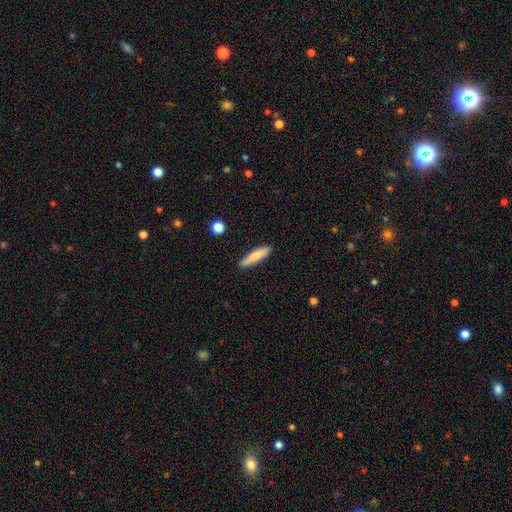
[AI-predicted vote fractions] smooth 77%, featured or disk 16%, star or artifact 6%. Down the decision tree: how rounded — cigar-shaped (84%); merging — none (82%).